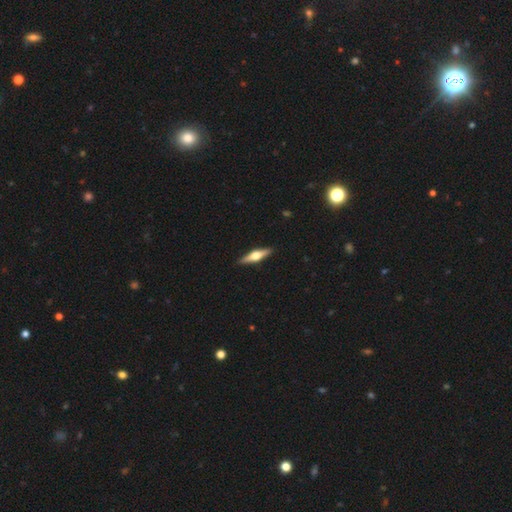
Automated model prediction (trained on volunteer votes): Smooth or featured?
  - featured or disk: 67% *
  - smooth: 28%
  - star or artifact: 5%
Edge-on disk?
  - yes: 97% *
  - no: 3%
Edge-on bulge?
  - rounded: 95% *
  - boxy: 4%
  - none: 2%
Merging?
  - none: 91% *
  - minor disturbance: 6%
  - major disturbance: 1%
  - merger: 1%